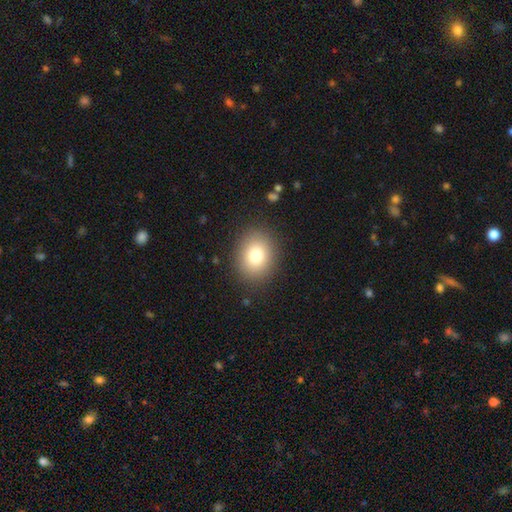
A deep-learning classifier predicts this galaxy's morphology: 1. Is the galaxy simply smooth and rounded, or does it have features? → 80% smooth, 10% featured or disk, 10% star or artifact.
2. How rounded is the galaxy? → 53% round, 46% in between, 1% cigar-shaped.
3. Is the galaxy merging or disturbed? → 87% none, 8% minor disturbance, 3% major disturbance, 1% merger.